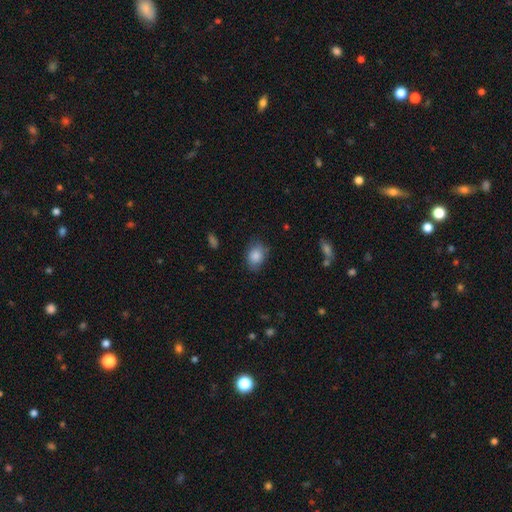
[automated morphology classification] smooth 86%, star or artifact 8%, featured or disk 7%. Down the decision tree: how rounded — in between (63%); merging — none (76%).